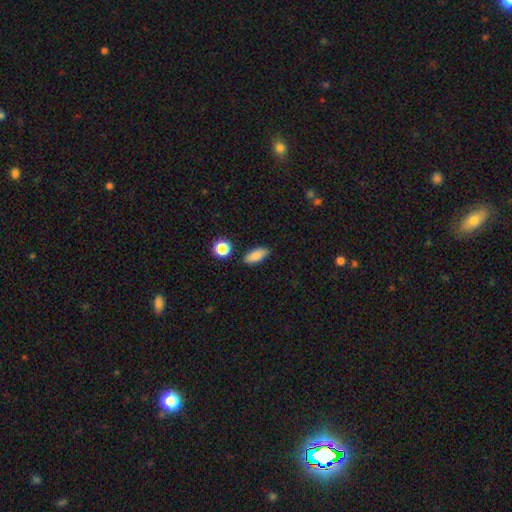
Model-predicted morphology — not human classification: smooth-or-featured: smooth: 85% | star or artifact: 9% | featured or disk: 7%
  how-rounded: in between: 83% | cigar-shaped: 12% | round: 5%
  merging: none: 84% | minor disturbance: 11% | merger: 3% | major disturbance: 3%